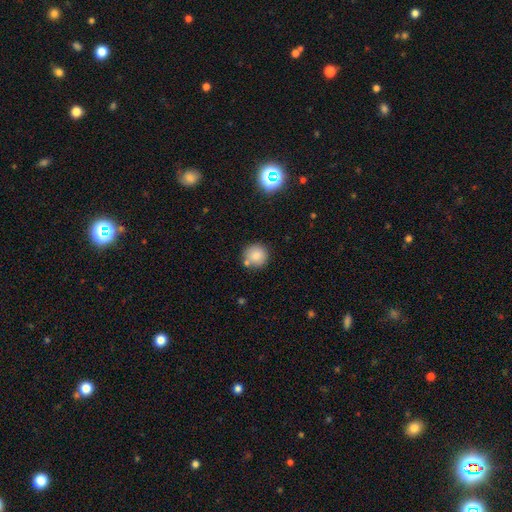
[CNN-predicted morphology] This appears to be a smooth galaxy with no disk features (83%) that is round (94%). Merging: none (77%).